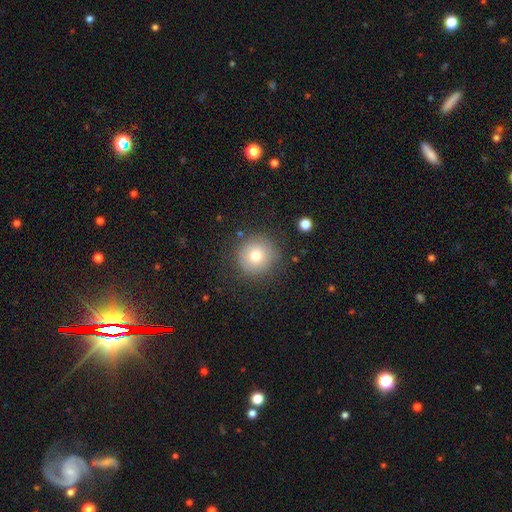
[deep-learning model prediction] This is likely a smooth galaxy (74%). How rounded: clearly round (94%). Merging: clearly none (83%).